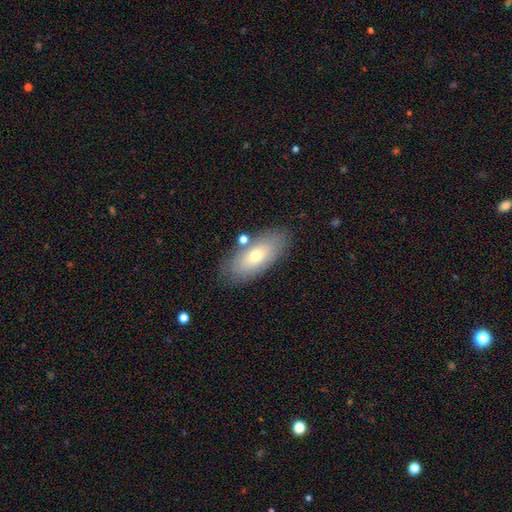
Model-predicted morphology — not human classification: This appears to be a smooth galaxy with no disk features (61%) that is in between round and cigar-shaped (85%). Merging: none (79%).